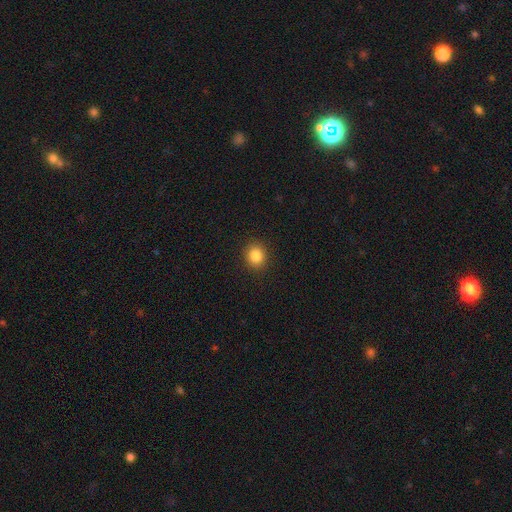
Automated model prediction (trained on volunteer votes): smooth-or-featured: smooth: 86% | star or artifact: 10% | featured or disk: 4%
  how-rounded: round: 72% | in between: 27% | cigar-shaped: 1%
  merging: none: 90% | minor disturbance: 6% | major disturbance: 2% | merger: 1%